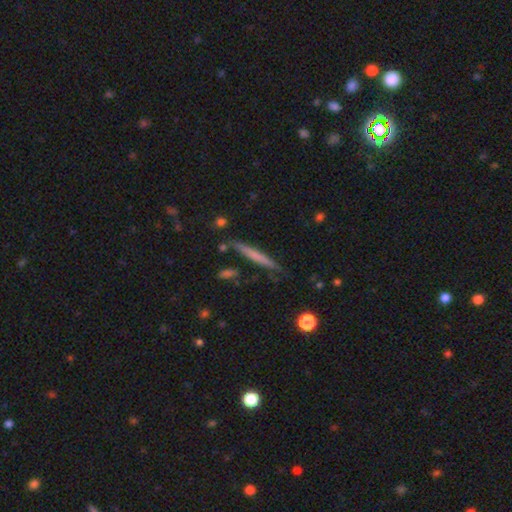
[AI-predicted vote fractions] Smooth or featured? Predicted: smooth (p=0.56). How rounded? Predicted: cigar-shaped (p=0.95). Merging? Predicted: none (p=0.83).